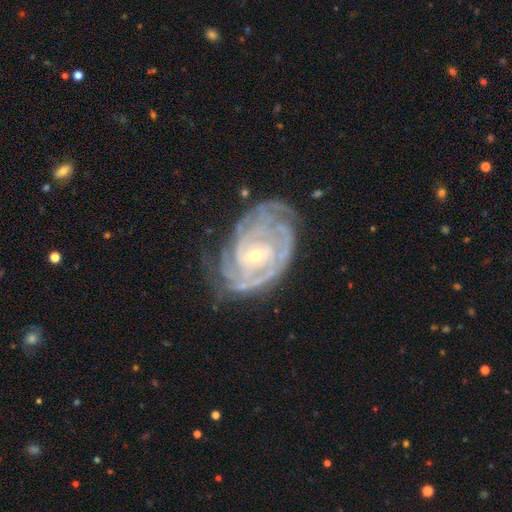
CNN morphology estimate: smooth-or-featured: featured or disk: 90% | star or artifact: 5% | smooth: 5%
  disk-edge-on: no: 97% | yes: 3%
    bar: no: 50% | weak: 36% | strong: 14%
    has-spiral-arms: yes: 97% | no: 3%
      spiral-winding: tight: 76% | medium: 20% | loose: 4%
      spiral-arm-count: can't tell: 29% | 3: 21% | 4: 18% | 2: 17% | more than 4: 8% | 1: 6%
    bulge-size: small: 68% | moderate: 28% | large: 1% | none: 1% | dominant: 1%
  merging: none: 63% | minor disturbance: 23% | major disturbance: 12% | merger: 2%